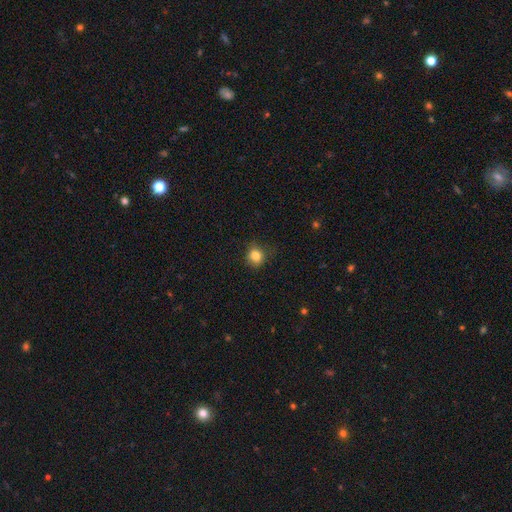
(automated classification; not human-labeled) A smooth galaxy with no disk features (82%) that is round (79%). Merging: none (79%).